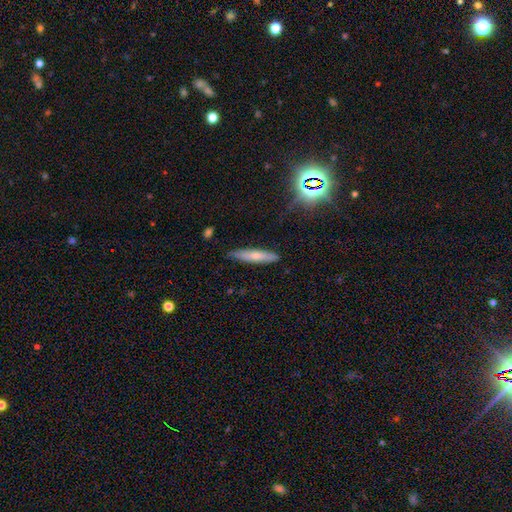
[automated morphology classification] Smooth or featured? smooth (63%)
How rounded? cigar-shaped (86%)
Merging? none (84%)